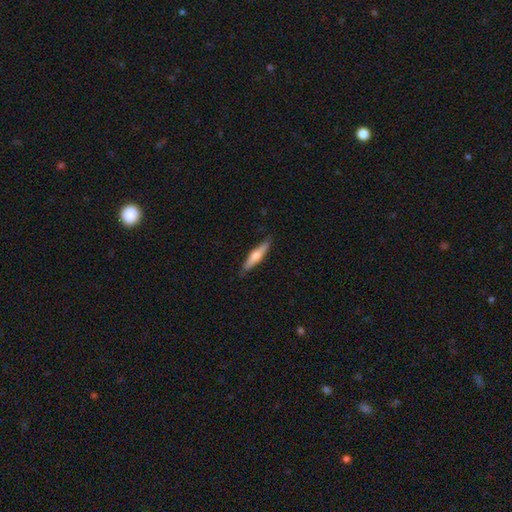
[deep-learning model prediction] This is possibly a smooth galaxy (55%). How rounded: clearly cigar-shaped (84%). Merging: clearly none (88%).